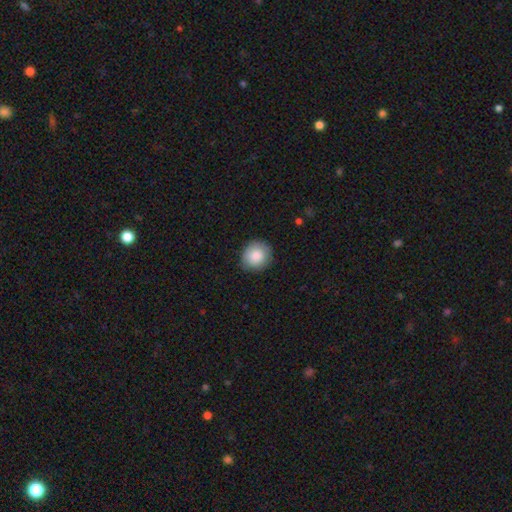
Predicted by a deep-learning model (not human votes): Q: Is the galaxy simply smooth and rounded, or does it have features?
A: smooth — 85%.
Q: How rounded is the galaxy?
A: round — 84%.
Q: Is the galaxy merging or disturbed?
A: none — 83%.